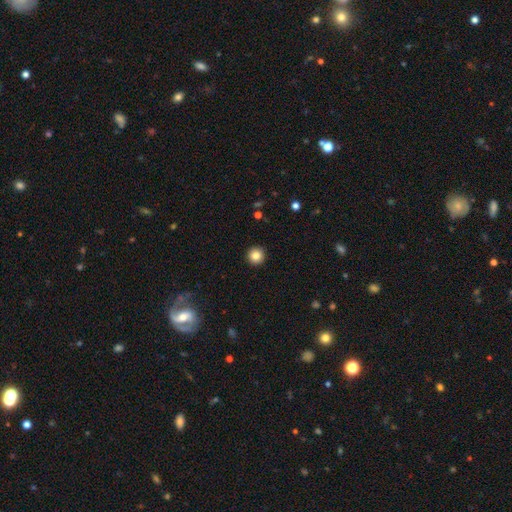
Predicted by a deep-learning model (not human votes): Q: Smooth or featured?
A: smooth (84%); runner-up: star or artifact (10%)
Q: How rounded?
A: round (96%); runner-up: in between (4%)
Q: Merging?
A: none (93%); runner-up: minor disturbance (4%)